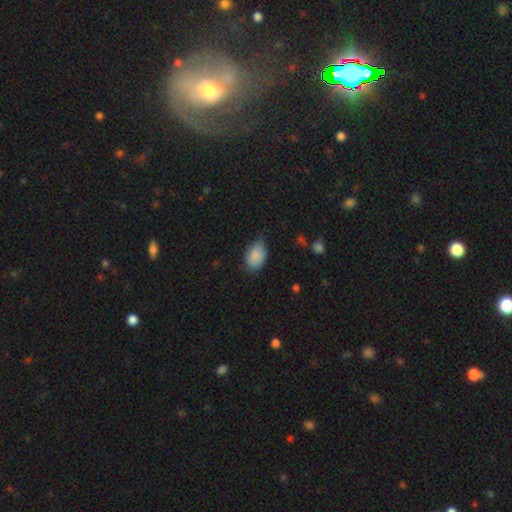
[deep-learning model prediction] smooth-or-featured: smooth: 85% | featured or disk: 8% | star or artifact: 7%
  how-rounded: in between: 85% | round: 14% | cigar-shaped: 1%
  merging: none: 54% | minor disturbance: 37% | major disturbance: 7% | merger: 2%